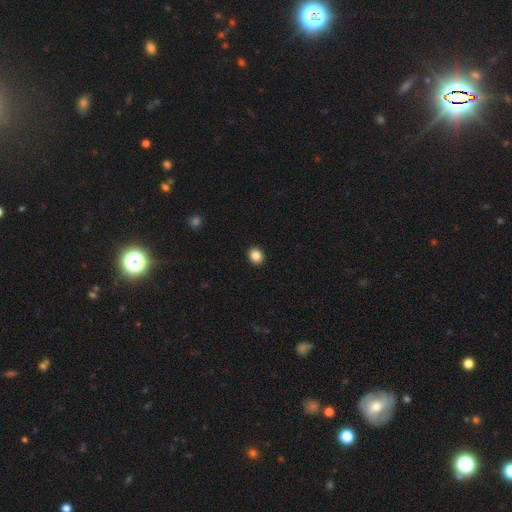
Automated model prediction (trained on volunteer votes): A smooth galaxy with no disk features (86%) that is round (64%).

Vote fractions:
- Smooth or featured? smooth: 86% / star or artifact: 9% / featured or disk: 4%
- How rounded? round: 64% / in between: 35% / cigar-shaped: 1%
- Merging? none: 92% / minor disturbance: 5% / major disturbance: 2% / merger: 1%